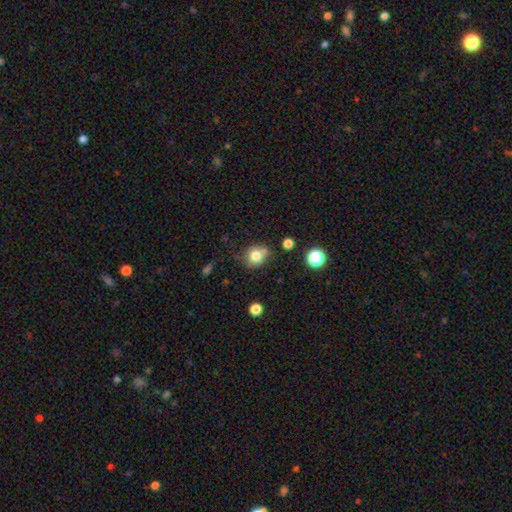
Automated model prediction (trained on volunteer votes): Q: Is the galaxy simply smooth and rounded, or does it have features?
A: smooth — 78%.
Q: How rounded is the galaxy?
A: round — 85%.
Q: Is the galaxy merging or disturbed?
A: none — 65%.